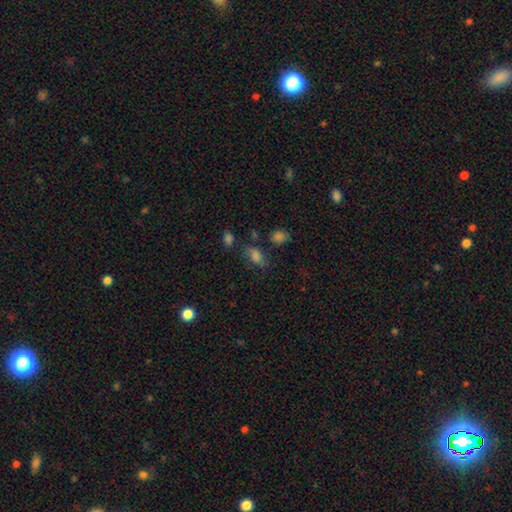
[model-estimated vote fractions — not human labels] Overall: smooth (72%). How rounded: in between (83%). Merging: none (62%).